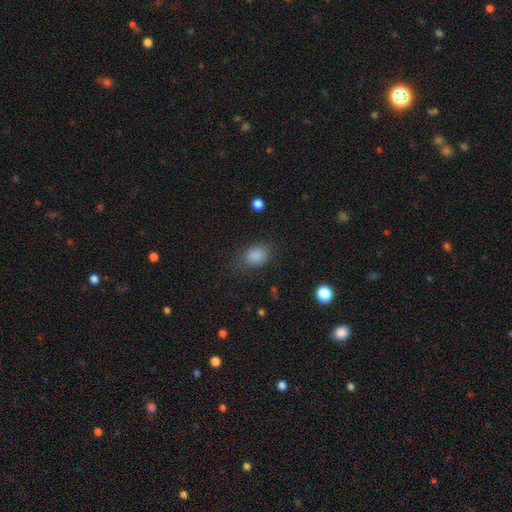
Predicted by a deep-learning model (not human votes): Morphology: type=smooth (85%); roundness=in between (68%); merging=none (71%).